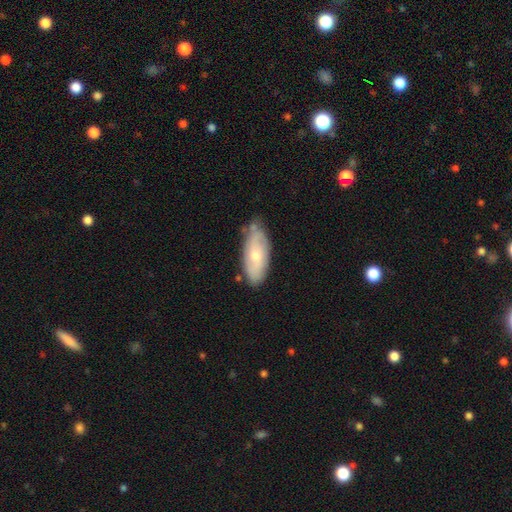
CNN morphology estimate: Smooth or featured?
  - smooth: 49% *
  - featured or disk: 45%
  - star or artifact: 6%
Merging?
  - none: 67% *
  - minor disturbance: 24%
  - merger: 5%
  - major disturbance: 5%